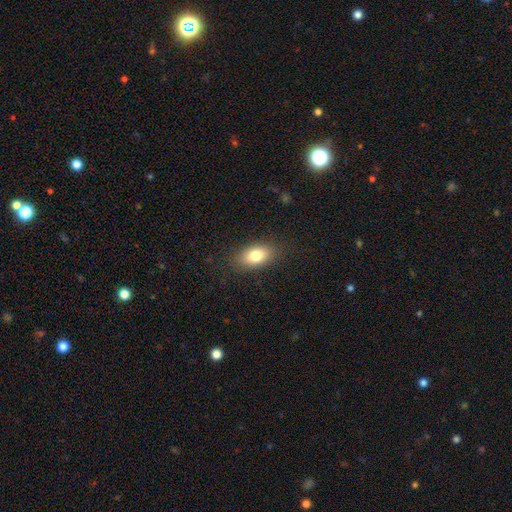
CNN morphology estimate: Smooth or featured: smooth — 79% (featured or disk — 13%)
How rounded: in between — 88% (round — 9%)
Merging: none — 85% (minor disturbance — 11%)